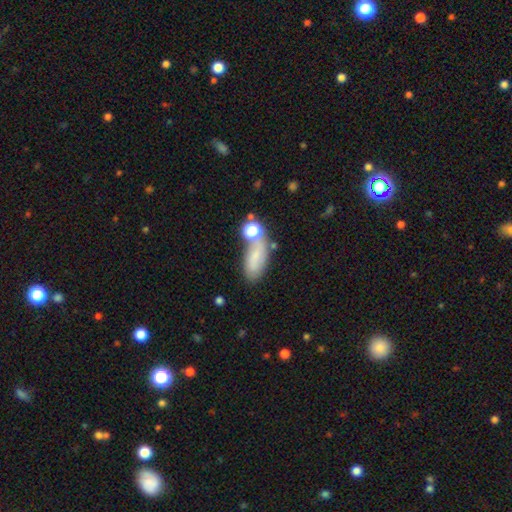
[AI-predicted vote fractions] A smooth galaxy with no disk features (68%) that is in between round and cigar-shaped (74%).

Vote fractions:
- Smooth or featured? smooth: 68% / featured or disk: 20% / star or artifact: 12%
- How rounded? in between: 74% / cigar-shaped: 18% / round: 7%
- Merging? none: 47% / merger: 22% / minor disturbance: 20% / major disturbance: 11%